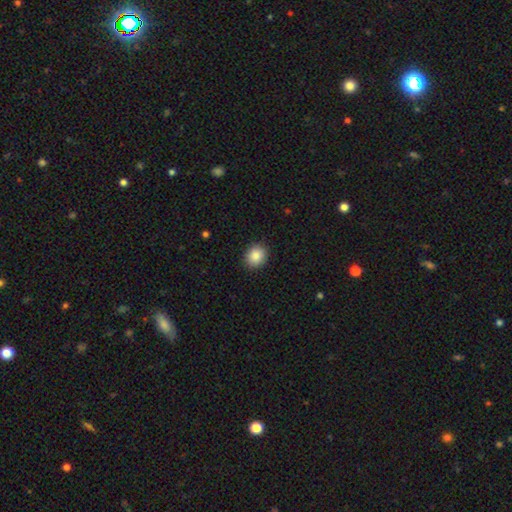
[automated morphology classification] Smooth or featured? Predicted: smooth (p=0.87). How rounded? Predicted: round (p=0.68). Merging? Predicted: none (p=0.90).